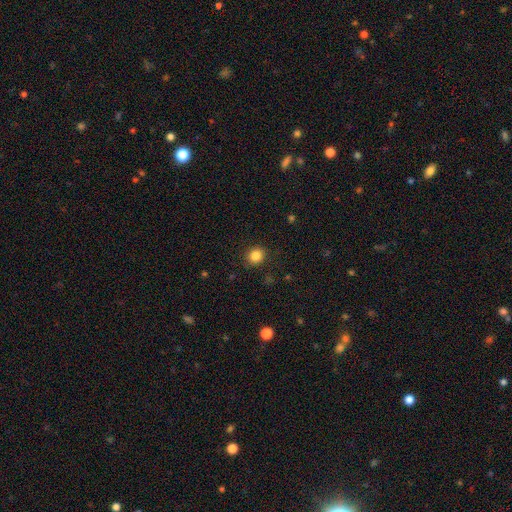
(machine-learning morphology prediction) Smooth or featured?
  - smooth: 85% *
  - star or artifact: 11%
  - featured or disk: 4%
How rounded?
  - round: 81% *
  - in between: 18%
  - cigar-shaped: 1%
Merging?
  - none: 89% *
  - minor disturbance: 7%
  - major disturbance: 3%
  - merger: 1%